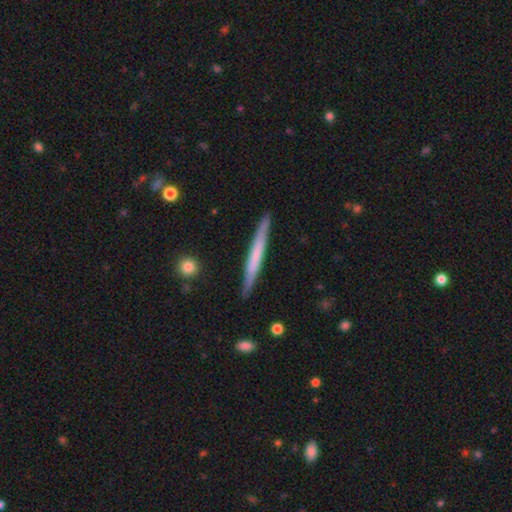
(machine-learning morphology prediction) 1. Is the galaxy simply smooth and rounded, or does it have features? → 49% smooth, 46% featured or disk, 5% star or artifact.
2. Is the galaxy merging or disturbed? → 89% none, 8% minor disturbance, 1% major disturbance, 1% merger.